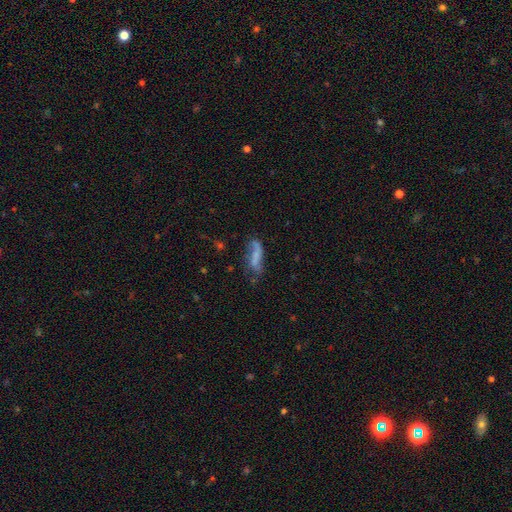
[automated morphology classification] Smooth or featured? Predicted: smooth (p=0.51). How rounded? Predicted: in between (p=0.49). Merging? Predicted: none (p=0.44).